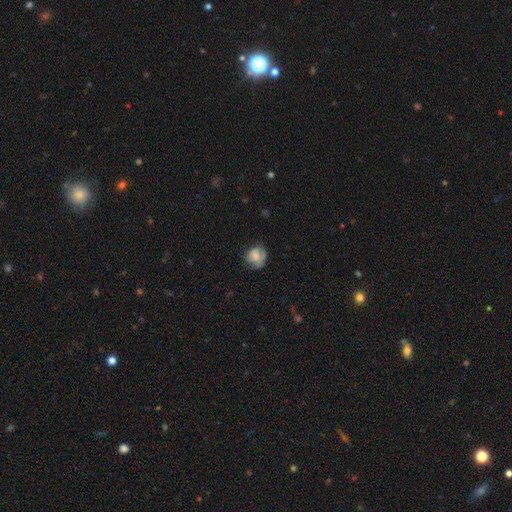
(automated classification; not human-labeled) Overall: smooth (69%). How rounded: round (73%). Merging: none (54%; minor disturbance 30%).